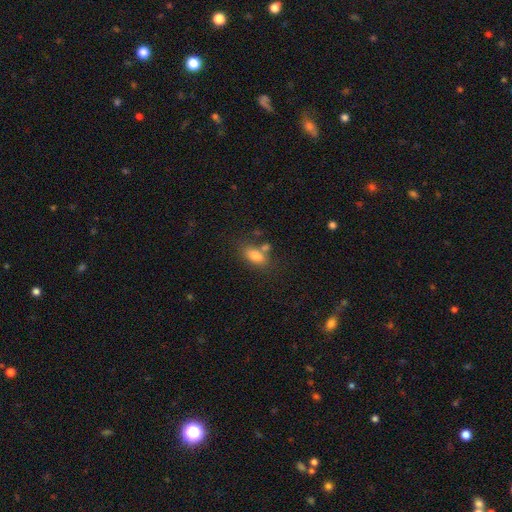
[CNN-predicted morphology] smooth_or_featured: smooth (p=0.81) [alt: featured or disk p=0.10]
how_rounded: in between (p=0.85) [alt: cigar-shaped p=0.08]
merging: none (p=0.61) [alt: merger p=0.19]